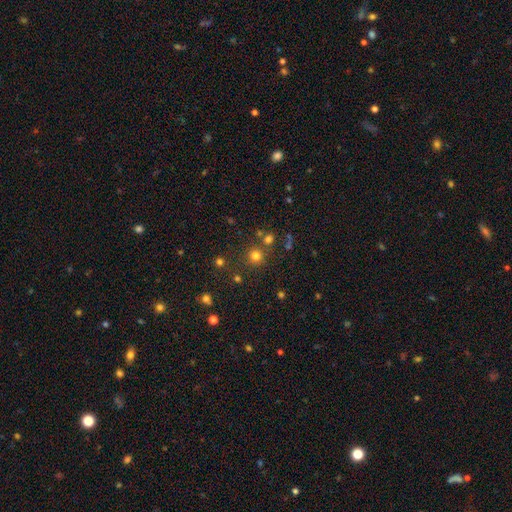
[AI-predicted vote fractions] A smooth galaxy with no disk features (74%) that is round (93%). Merging: none (79%).